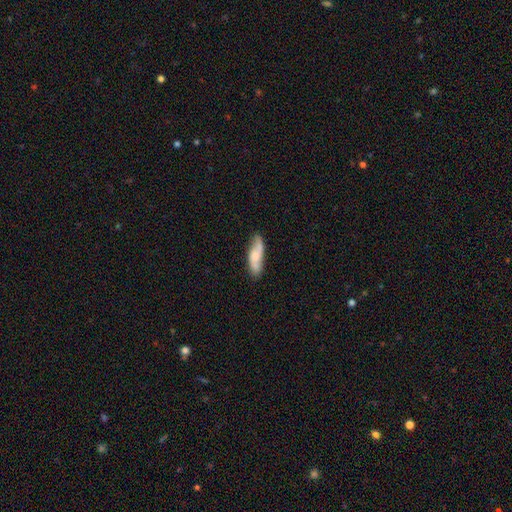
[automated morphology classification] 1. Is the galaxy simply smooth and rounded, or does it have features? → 58% smooth, 36% featured or disk, 6% star or artifact.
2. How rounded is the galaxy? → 52% in between, 46% cigar-shaped, 2% round.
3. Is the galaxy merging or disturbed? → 73% none, 20% minor disturbance, 5% major disturbance, 2% merger.